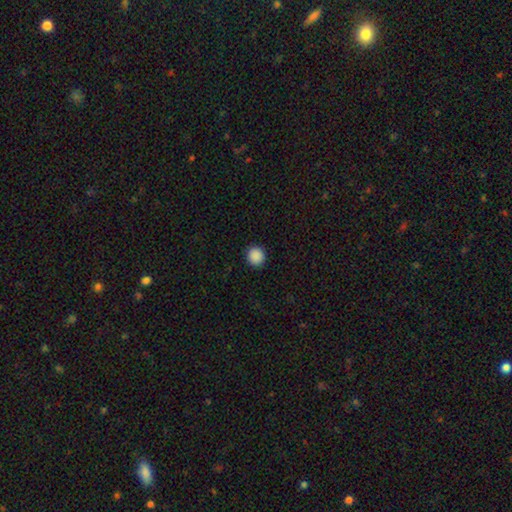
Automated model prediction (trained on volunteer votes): Smooth or featured?
  - smooth: 89% *
  - star or artifact: 9%
  - featured or disk: 2%
How rounded?
  - round: 92% *
  - in between: 7%
  - cigar-shaped: 1%
Merging?
  - none: 93% *
  - minor disturbance: 5%
  - major disturbance: 2%
  - merger: 1%